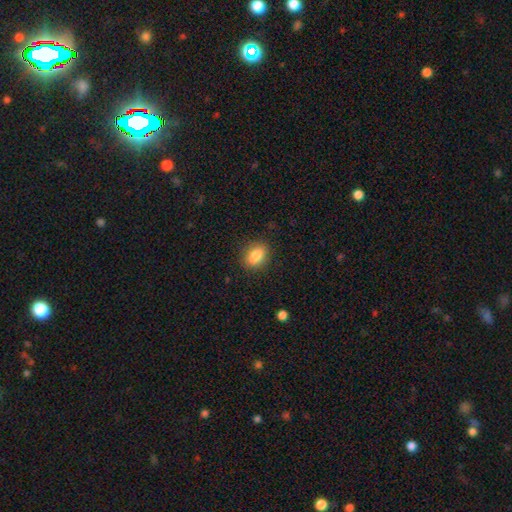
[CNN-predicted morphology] Smooth or featured: smooth — 86% (star or artifact — 8%)
How rounded: in between — 79% (round — 19%)
Merging: none — 86% (minor disturbance — 10%)